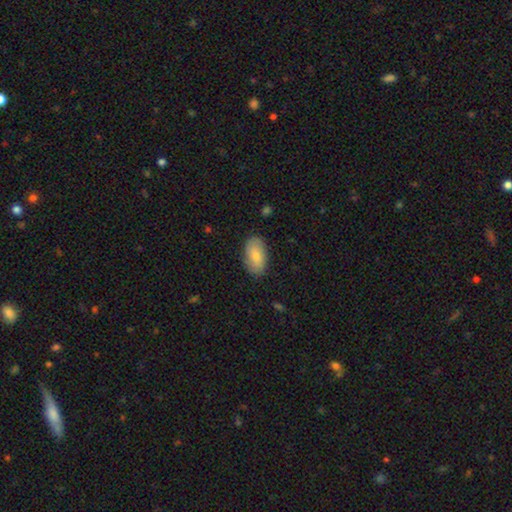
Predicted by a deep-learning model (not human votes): Smooth or featured: smooth — 77% (featured or disk — 17%)
How rounded: in between — 94% (round — 4%)
Merging: none — 84% (minor disturbance — 12%)